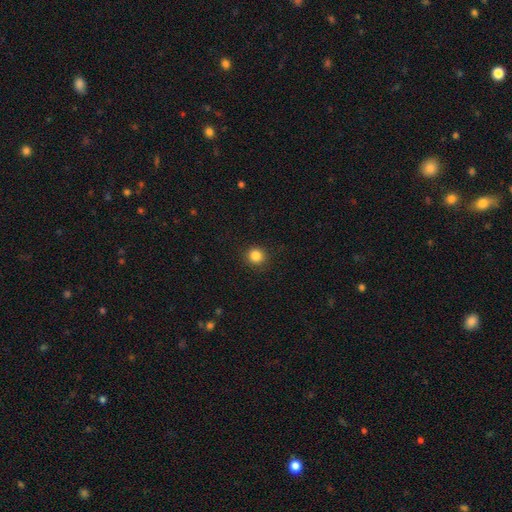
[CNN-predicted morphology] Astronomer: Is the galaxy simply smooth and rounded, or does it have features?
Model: smooth — 85%.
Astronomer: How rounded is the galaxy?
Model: round — 93%.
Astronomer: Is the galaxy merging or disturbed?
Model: none — 91%.